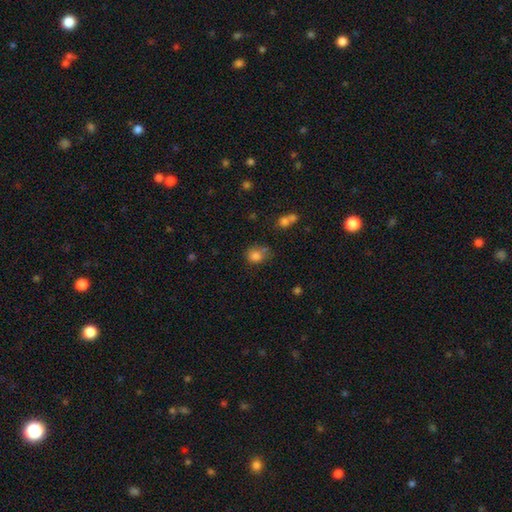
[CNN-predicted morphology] smooth-or-featured: smooth: 81% | star or artifact: 12% | featured or disk: 7%
  how-rounded: round: 71% | in between: 28% | cigar-shaped: 1%
  merging: none: 58% | minor disturbance: 20% | merger: 16% | major disturbance: 7%